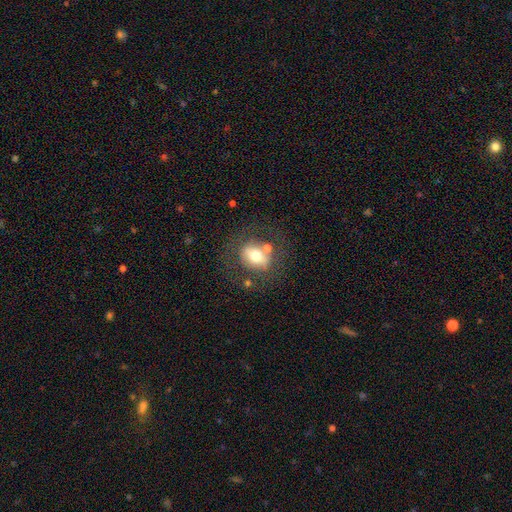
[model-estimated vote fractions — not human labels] Smooth or featured? Predicted: smooth (p=0.57). How rounded? Predicted: round (p=0.56). Merging? Predicted: none (p=0.62).